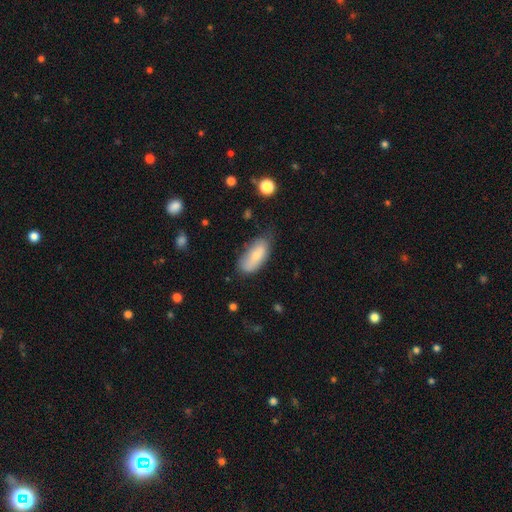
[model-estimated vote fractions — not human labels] Smooth or featured? smooth (73%)
How rounded? in between (86%)
Merging? none (58%)